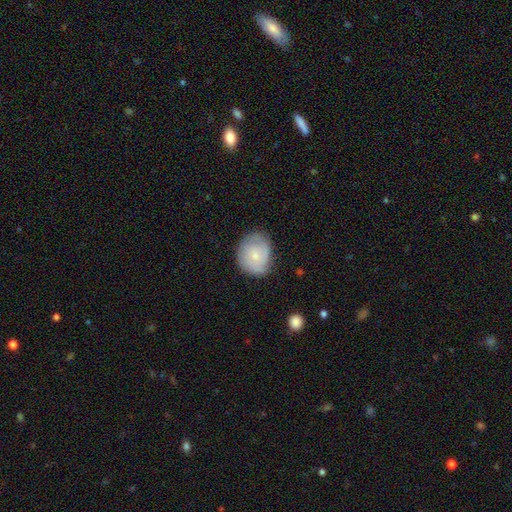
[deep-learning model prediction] Morphology: type=smooth (56%); roundness=round (57%); merging=none (65%).